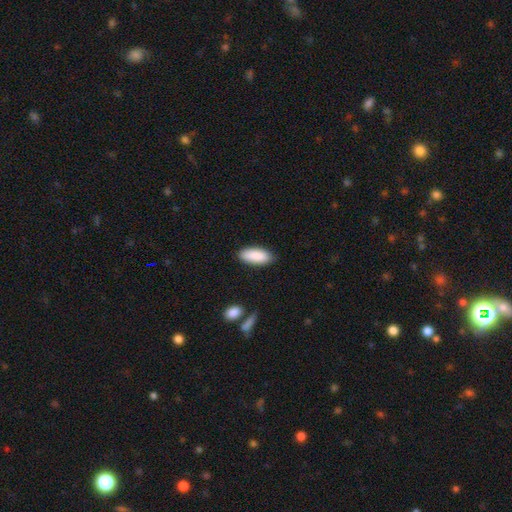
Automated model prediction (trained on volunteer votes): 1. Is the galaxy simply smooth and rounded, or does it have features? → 90% smooth, 6% star or artifact, 5% featured or disk.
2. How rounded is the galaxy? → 83% in between, 16% cigar-shaped, 2% round.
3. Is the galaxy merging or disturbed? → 86% none, 10% minor disturbance, 2% major disturbance, 2% merger.